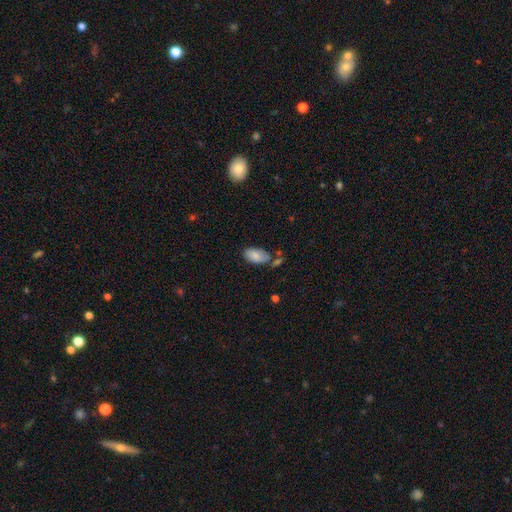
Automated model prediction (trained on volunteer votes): smooth_or_featured: smooth (p=0.80) [alt: featured or disk p=0.13]
how_rounded: in between (p=0.95) [alt: round p=0.03]
merging: none (p=0.58) [alt: minor disturbance p=0.23]